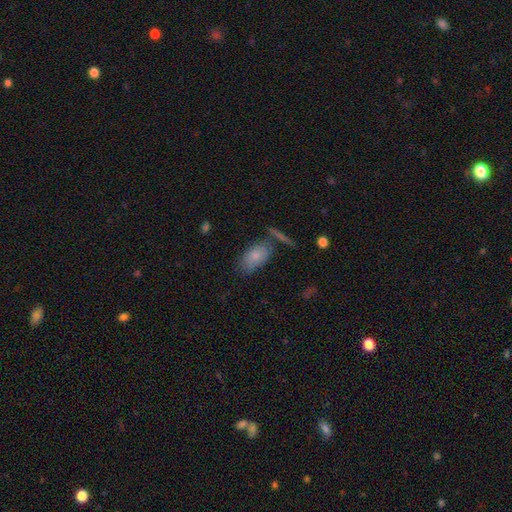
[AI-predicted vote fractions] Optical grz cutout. It shows a smooth galaxy with no disk features (78%) that is in between round and cigar-shaped (90%). Merging: none (65%).